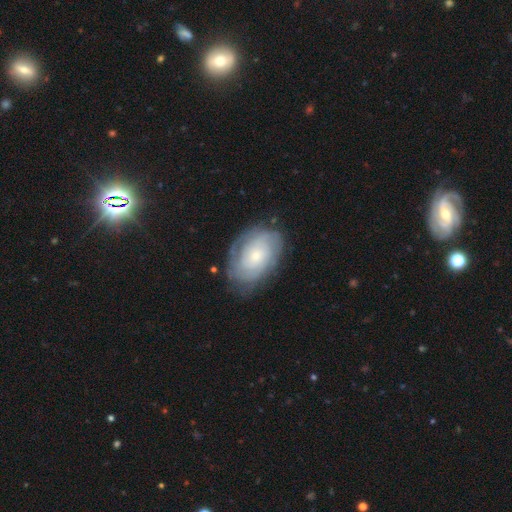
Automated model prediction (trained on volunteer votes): Overall: featured or disk (71%). Edge-on disk: no (96%). Bar: no (80%). Spiral arms: yes (89%). Spiral arm count: can't tell (52%; 2 19%). Spiral winding: tight (73%). Bulge size: small (64%; moderate 29%). Merging: none (74%).